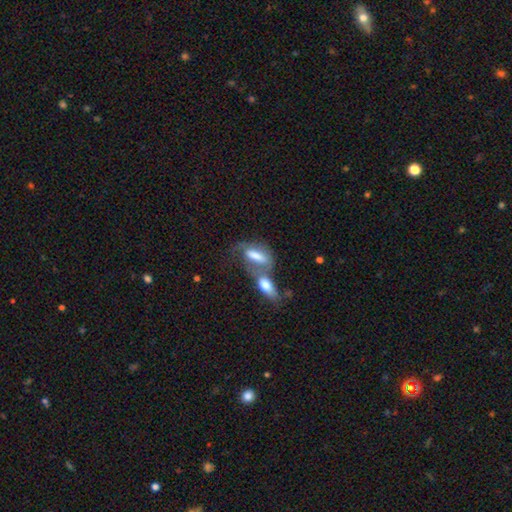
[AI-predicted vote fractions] Smooth or featured? smooth (64%)
How rounded? in between (75%)
Merging? merger (58%)